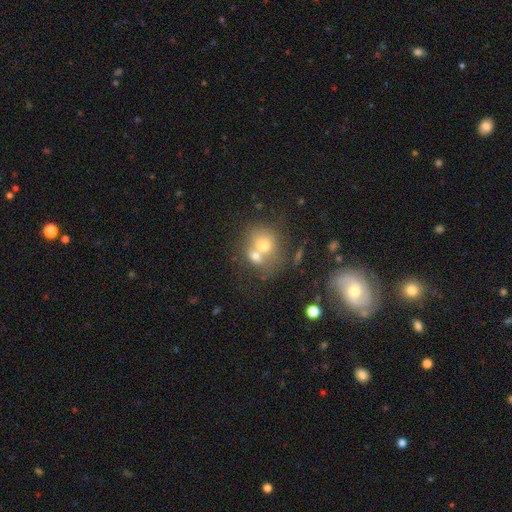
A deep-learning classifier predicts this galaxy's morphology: type=smooth (65%); roundness=round (66%); merging=merger (60%).